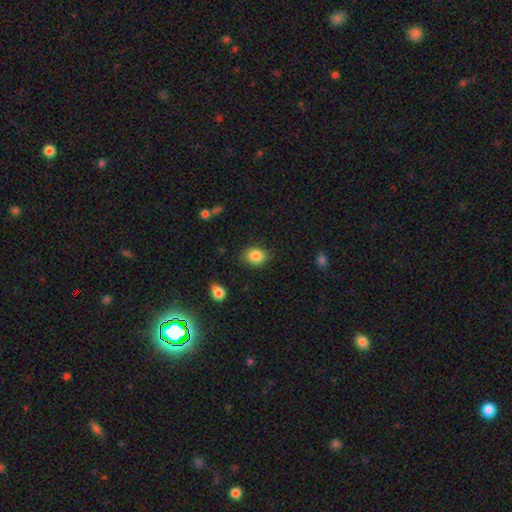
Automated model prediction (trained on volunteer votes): Overall: smooth (85%). How rounded: in between (54%; round 45%). Merging: none (84%).